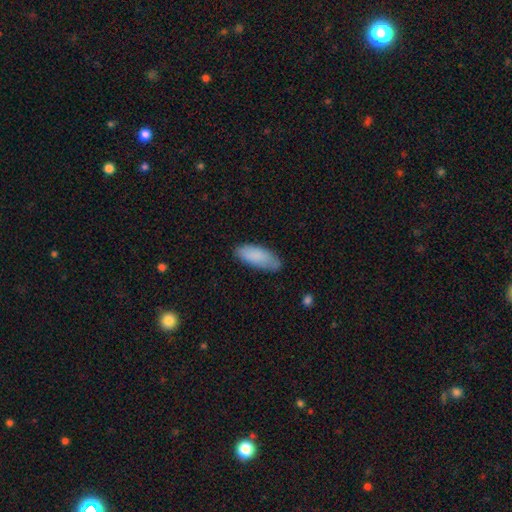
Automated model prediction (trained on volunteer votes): Morphology: type=smooth (87%); roundness=in between (74%); merging=none (75%).